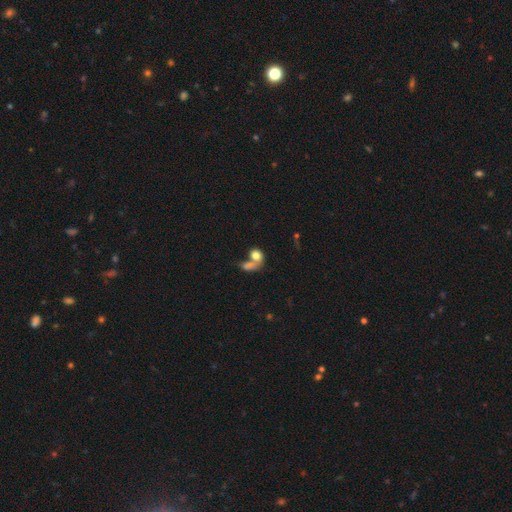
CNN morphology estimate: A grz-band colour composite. It shows a smooth galaxy with no disk features (73%) that is in between round and cigar-shaped (51%). Merging: merger (59%).